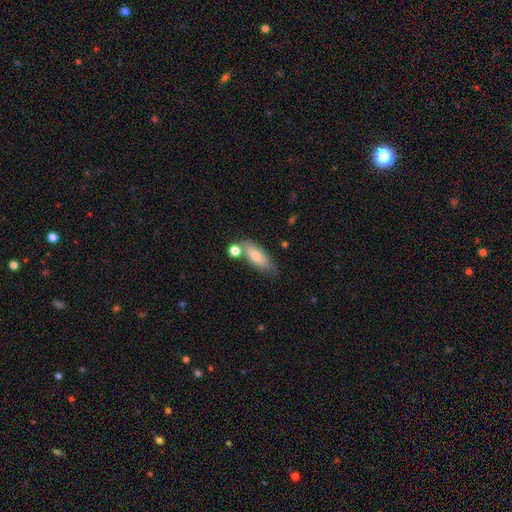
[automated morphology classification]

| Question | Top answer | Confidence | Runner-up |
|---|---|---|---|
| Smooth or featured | smooth | 78% | featured or disk (15%) |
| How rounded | in between | 68% | cigar-shaped (29%) |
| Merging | none | 60% | minor disturbance (18%) |